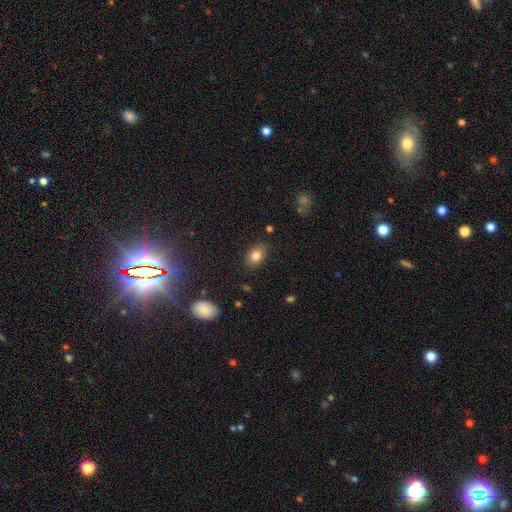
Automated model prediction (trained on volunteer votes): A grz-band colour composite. It shows a smooth galaxy with no disk features (82%) that is in between round and cigar-shaped (74%). Merging: none (82%).